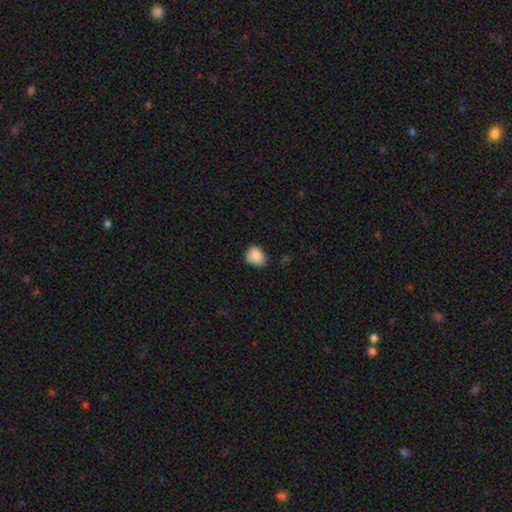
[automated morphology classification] smooth-or-featured: smooth: 86% | star or artifact: 8% | featured or disk: 6%
  how-rounded: in between: 52% | round: 47% | cigar-shaped: 1%
  merging: none: 62% | minor disturbance: 31% | major disturbance: 5% | merger: 2%